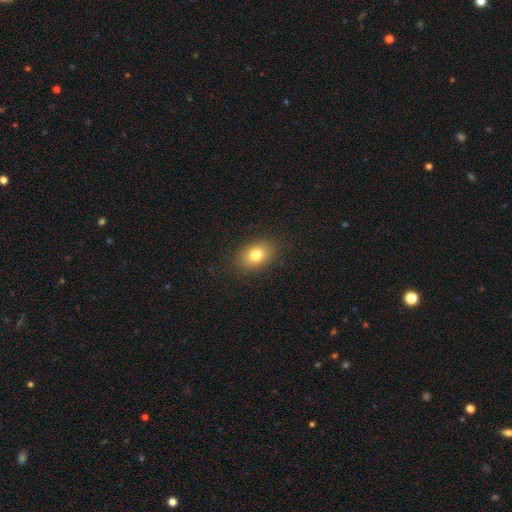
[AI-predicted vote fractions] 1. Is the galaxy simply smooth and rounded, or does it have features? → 79% smooth, 11% featured or disk, 10% star or artifact.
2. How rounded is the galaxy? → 80% in between, 19% round, 1% cigar-shaped.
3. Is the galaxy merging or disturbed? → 87% none, 9% minor disturbance, 3% major disturbance, 1% merger.